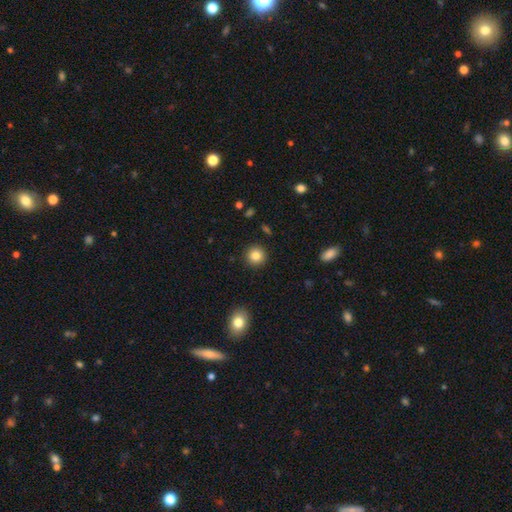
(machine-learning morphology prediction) The model was most divided on "smooth or featured": smooth: 83%, star or artifact: 10%, featured or disk: 7%. More confident: how rounded — round (94%); merging — none (92%).